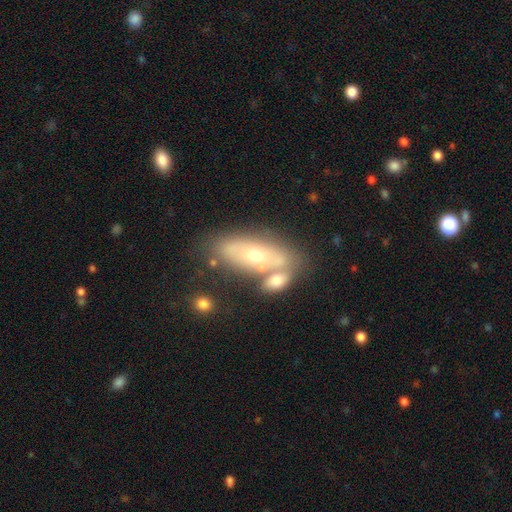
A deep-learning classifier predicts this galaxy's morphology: smooth-or-featured: featured or disk: 47% | smooth: 45% | star or artifact: 8%
  merging: none: 48% | merger: 32% | minor disturbance: 14% | major disturbance: 6%